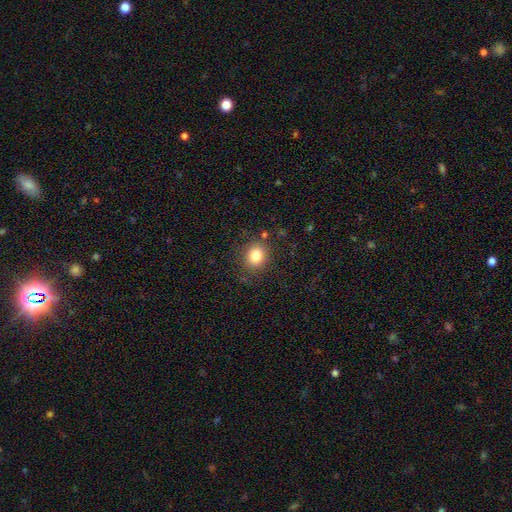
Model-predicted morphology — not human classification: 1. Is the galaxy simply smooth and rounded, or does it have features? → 81% smooth, 12% star or artifact, 7% featured or disk.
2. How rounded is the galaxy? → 74% round, 25% in between, 1% cigar-shaped.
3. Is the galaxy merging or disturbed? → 84% none, 10% minor disturbance, 4% major disturbance, 2% merger.